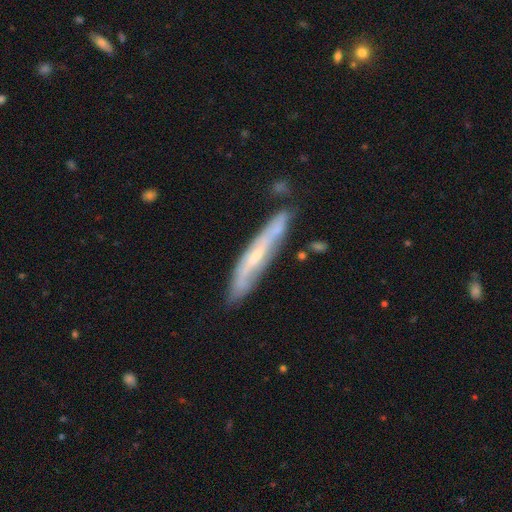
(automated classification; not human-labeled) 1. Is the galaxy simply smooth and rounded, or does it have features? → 64% featured or disk, 30% smooth, 6% star or artifact.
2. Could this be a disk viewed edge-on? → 60% yes, 40% no.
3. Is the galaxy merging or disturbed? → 73% none, 19% minor disturbance, 4% major disturbance, 4% merger.